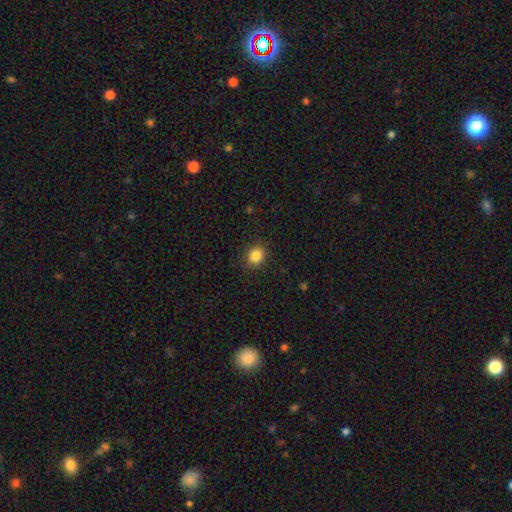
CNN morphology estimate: A smooth galaxy with no disk features (85%) that is round (80%).

Vote fractions:
- Smooth or featured? smooth: 85% / star or artifact: 11% / featured or disk: 4%
- How rounded? round: 80% / in between: 19% / cigar-shaped: 1%
- Merging? none: 89% / minor disturbance: 7% / major disturbance: 2% / merger: 1%